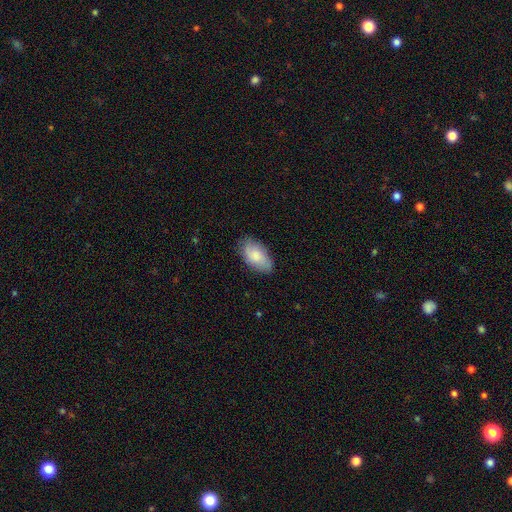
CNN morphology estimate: A smooth galaxy with no disk features (74%) that is in between round and cigar-shaped (94%). Merging: none (77%).